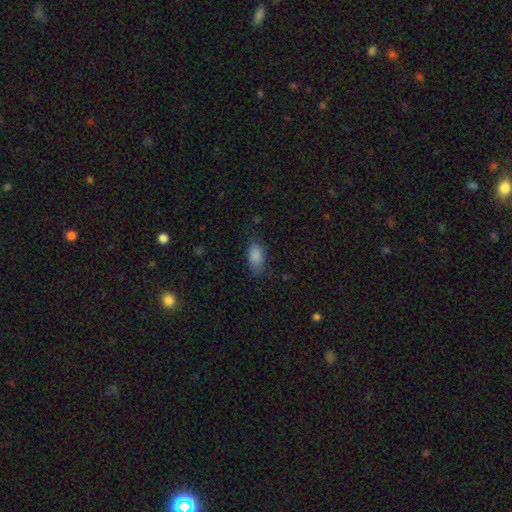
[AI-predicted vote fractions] The model was most divided on "merging": none: 67%, minor disturbance: 25%, major disturbance: 7%, merger: 1%. More confident: how rounded — in between (91%); smooth or featured — smooth (85%).